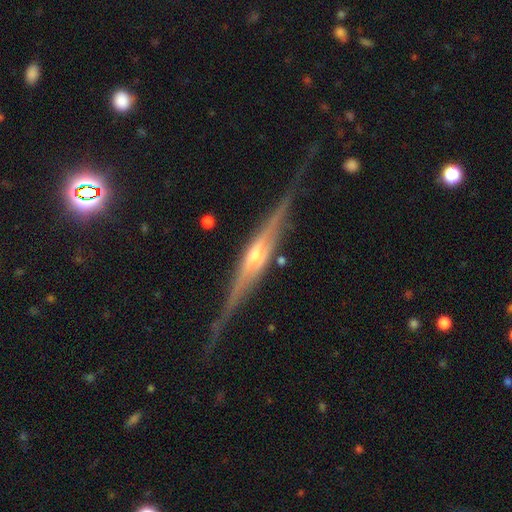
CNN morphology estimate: The model was most divided on "merging": none: 80%, minor disturbance: 15%, major disturbance: 3%, merger: 2%. More confident: edge-on disk — yes (97%); smooth or featured — featured or disk (85%); edge-on bulge — rounded (80%).